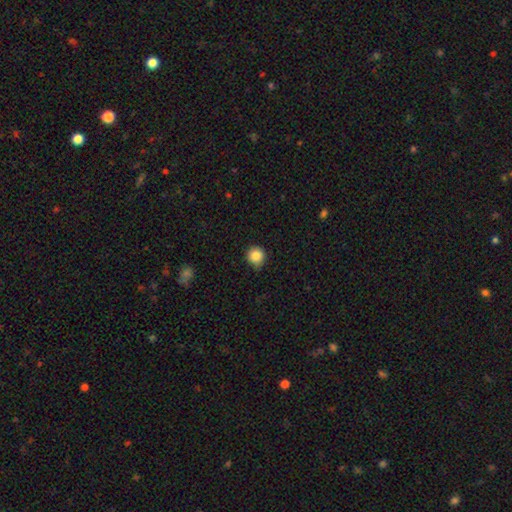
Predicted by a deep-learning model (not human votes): Smooth or featured: smooth — 85% (star or artifact — 10%)
How rounded: round — 93% (in between — 6%)
Merging: none — 81% (minor disturbance — 16%)